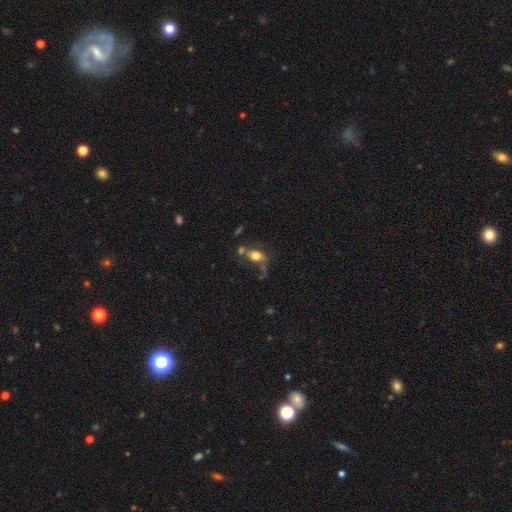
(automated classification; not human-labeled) Smooth or featured? Predicted: smooth (p=0.57). How rounded? Predicted: in between (p=0.68). Merging? Predicted: none (p=0.30).